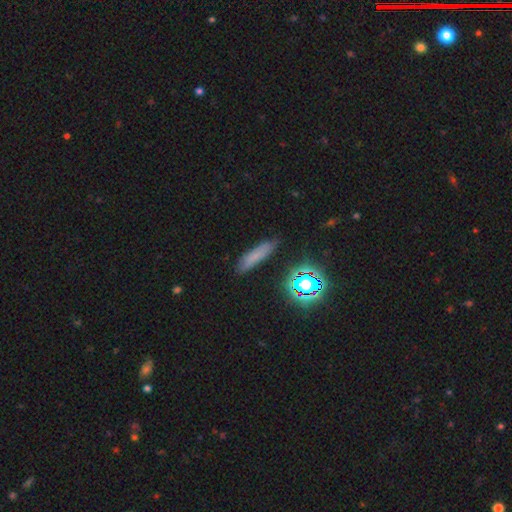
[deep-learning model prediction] Smooth or featured? smooth (67%)
How rounded? cigar-shaped (79%)
Merging? none (83%)